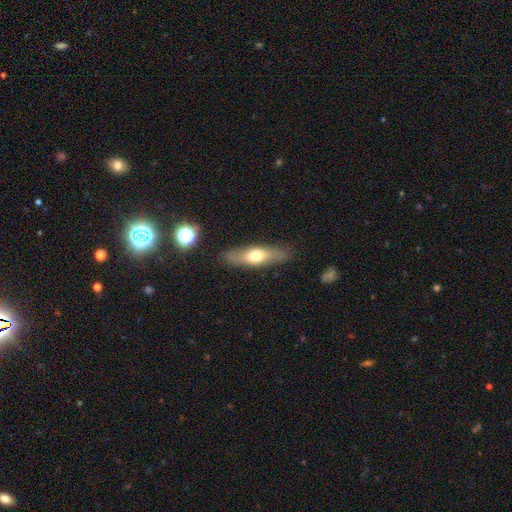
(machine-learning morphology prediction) A smooth galaxy with no disk features (54%) that is cigar-shaped (57%).

Vote fractions:
- Smooth or featured? smooth: 54% / featured or disk: 40% / star or artifact: 6%
- How rounded? cigar-shaped: 57% / in between: 39% / round: 3%
- Merging? none: 85% / minor disturbance: 11% / major disturbance: 3% / merger: 2%